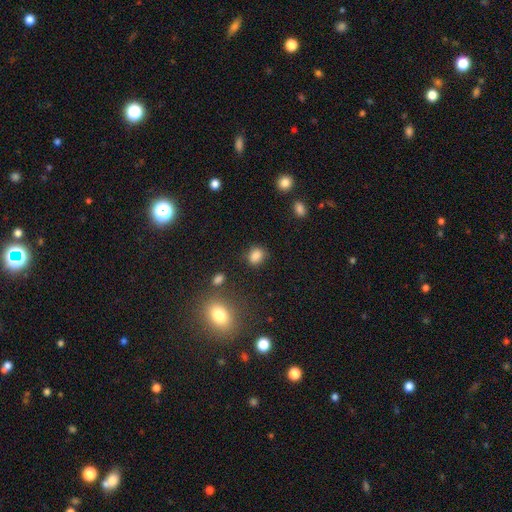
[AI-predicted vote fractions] Q: Smooth or featured?
A: smooth (84%); runner-up: star or artifact (11%)
Q: How rounded?
A: in between (54%); runner-up: round (45%)
Q: Merging?
A: none (79%); runner-up: minor disturbance (14%)